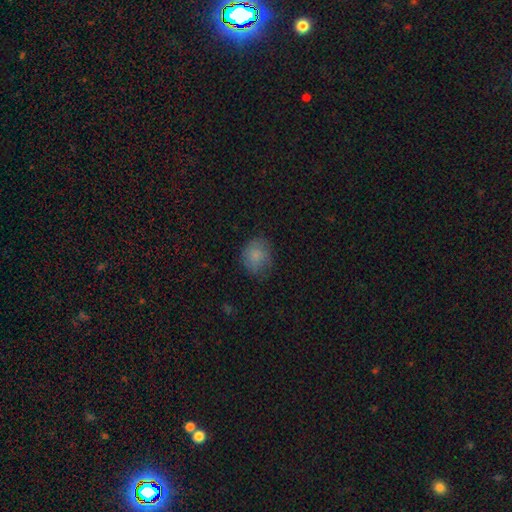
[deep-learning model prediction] smooth-or-featured: smooth: 82% | star or artifact: 10% | featured or disk: 9%
  how-rounded: round: 63% | in between: 36% | cigar-shaped: 1%
  merging: none: 66% | minor disturbance: 25% | major disturbance: 8% | merger: 1%